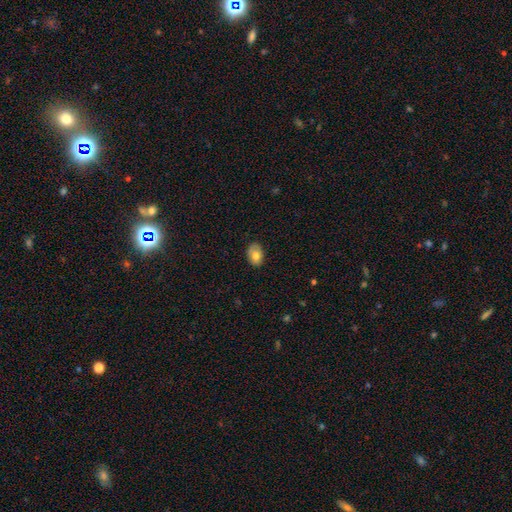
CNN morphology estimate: Smooth or featured: smooth — 74% (featured or disk — 19%)
How rounded: in between — 79% (round — 20%)
Merging: none — 79% (minor disturbance — 17%)